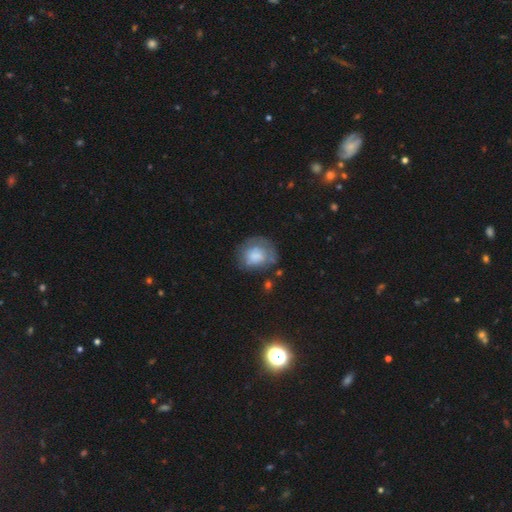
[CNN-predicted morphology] Smooth or featured: smooth — 66% (featured or disk — 26%)
How rounded: round — 70% (in between — 29%)
Merging: none — 52% (minor disturbance — 27%)